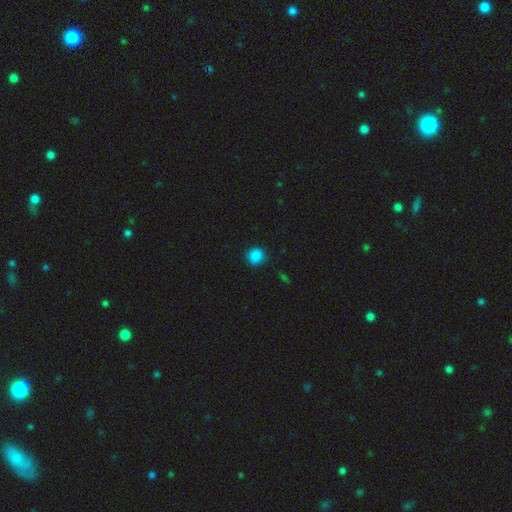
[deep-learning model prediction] Morphology: type=smooth (86%); roundness=round (86%); merging=none (88%).